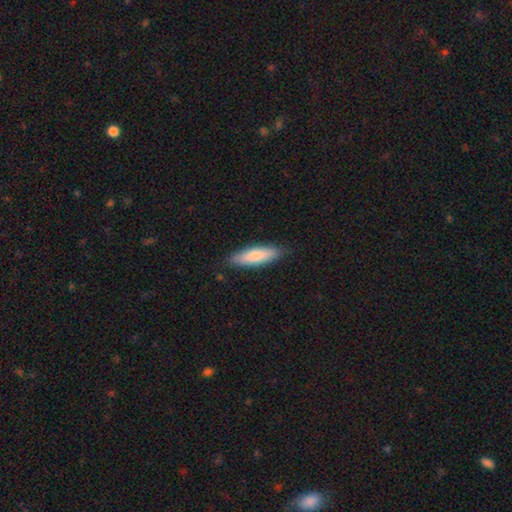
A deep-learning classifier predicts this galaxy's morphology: Smooth or featured? Predicted: smooth (p=0.79). How rounded? Predicted: cigar-shaped (p=0.55). Merging? Predicted: none (p=0.84).